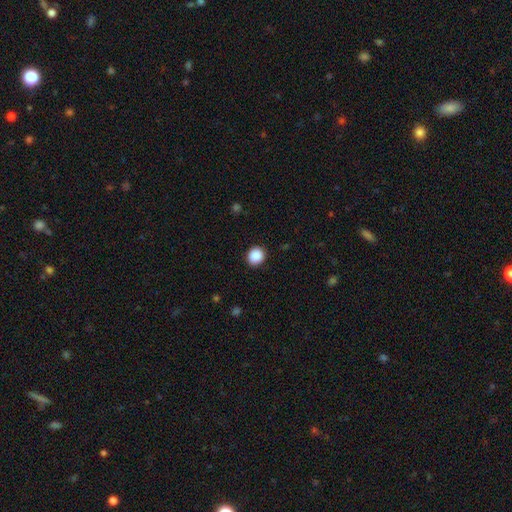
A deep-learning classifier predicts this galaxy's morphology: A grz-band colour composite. It shows a smooth galaxy with no disk features (89%) that is round (85%). Merging: none (91%).